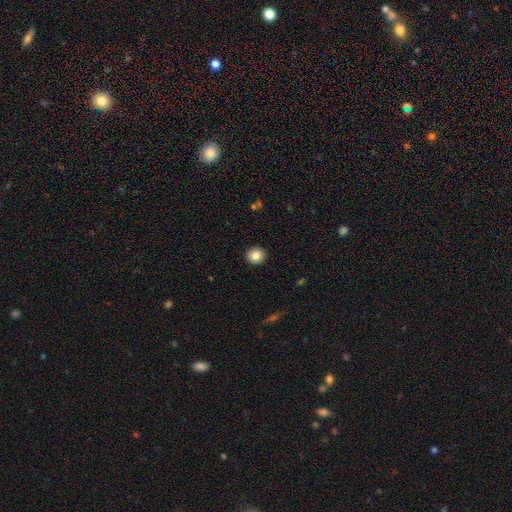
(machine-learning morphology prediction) This is clearly a smooth galaxy (83%). How rounded: clearly round (91%). Merging: clearly none (92%).